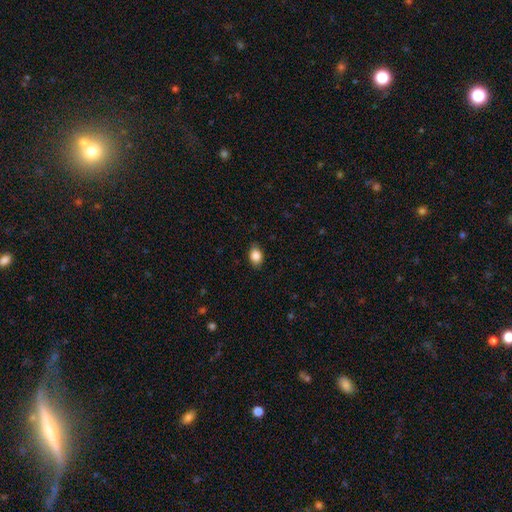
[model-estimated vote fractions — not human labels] smooth_or_featured: smooth (p=0.86) [alt: star or artifact p=0.08]
how_rounded: in between (p=0.80) [alt: round p=0.19]
merging: none (p=0.84) [alt: minor disturbance p=0.12]